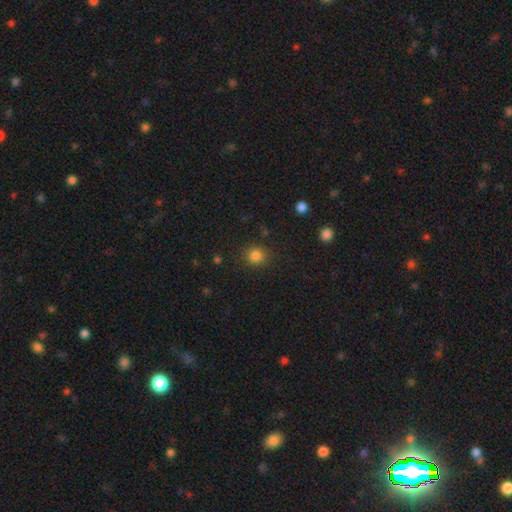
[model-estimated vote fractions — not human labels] A smooth galaxy with no disk features (83%) that is round (89%).

Vote fractions:
- Smooth or featured? smooth: 83% / star or artifact: 13% / featured or disk: 4%
- How rounded? round: 89% / in between: 10% / cigar-shaped: 1%
- Merging? none: 87% / minor disturbance: 8% / major disturbance: 3% / merger: 2%